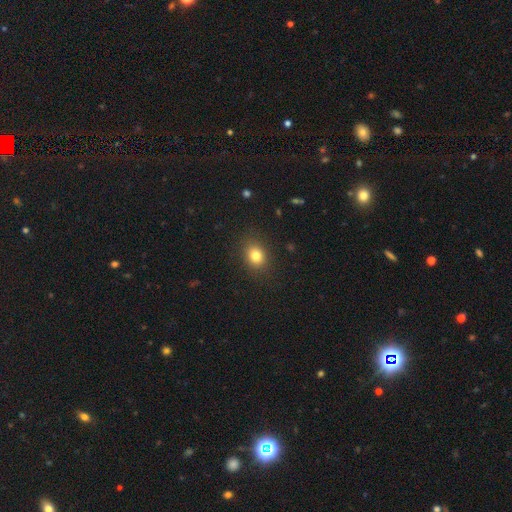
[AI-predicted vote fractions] A smooth galaxy with no disk features (81%) that is round (54%).

Vote fractions:
- Smooth or featured? smooth: 81% / star or artifact: 12% / featured or disk: 7%
- How rounded? round: 54% / in between: 45% / cigar-shaped: 1%
- Merging? none: 87% / minor disturbance: 9% / major disturbance: 3% / merger: 1%